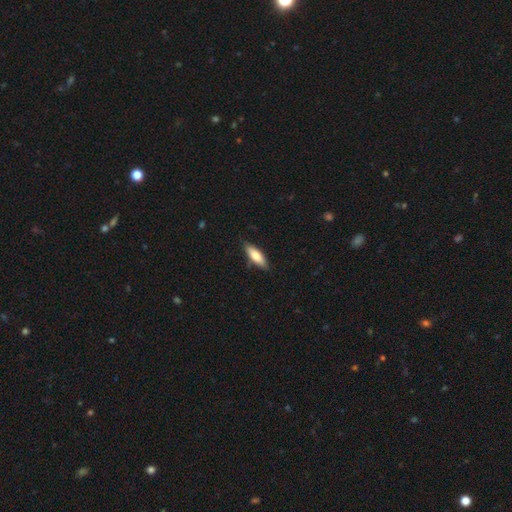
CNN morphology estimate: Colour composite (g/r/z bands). It shows a smooth galaxy with no disk features (75%) that is in between round and cigar-shaped (53%). Merging: none (84%).